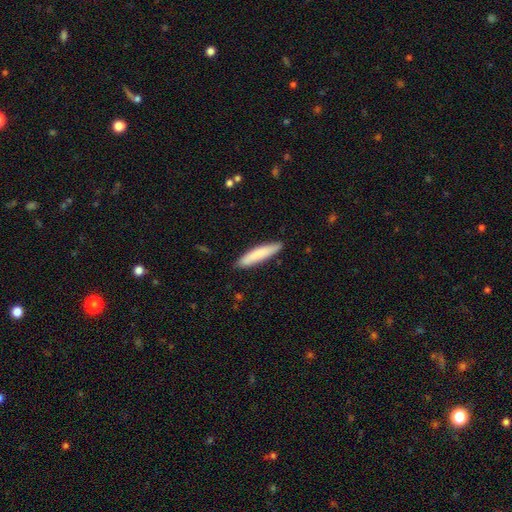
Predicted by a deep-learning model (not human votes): smooth-or-featured: smooth: 81% | featured or disk: 13% | star or artifact: 5%
  how-rounded: cigar-shaped: 85% | in between: 14% | round: 1%
  merging: none: 86% | minor disturbance: 11% | major disturbance: 2% | merger: 1%